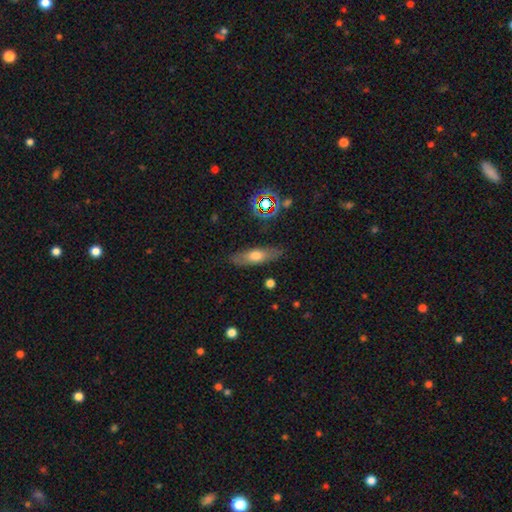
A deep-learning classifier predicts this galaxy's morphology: Smooth or featured? Predicted: smooth (p=0.58). How rounded? Predicted: cigar-shaped (p=0.51). Merging? Predicted: none (p=0.84).